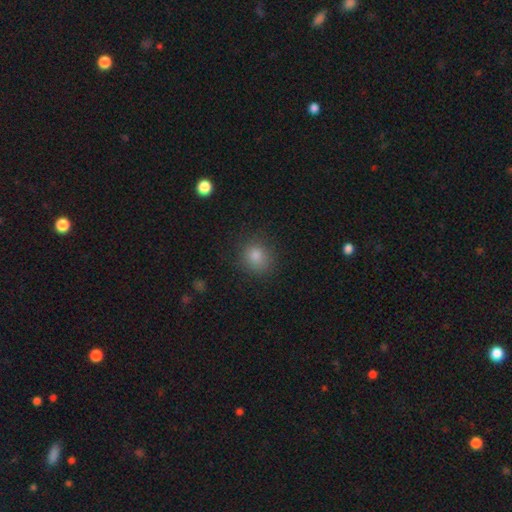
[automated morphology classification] smooth_or_featured: smooth (p=0.81) [alt: star or artifact p=0.13]
how_rounded: round (p=0.83) [alt: in between p=0.16]
merging: none (p=0.86) [alt: minor disturbance p=0.10]